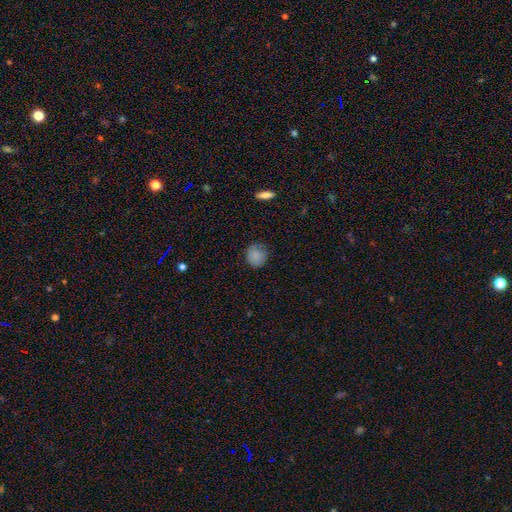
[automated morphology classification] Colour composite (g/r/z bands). It shows a smooth galaxy with no disk features (85%) that is round (84%). Merging: none (76%).